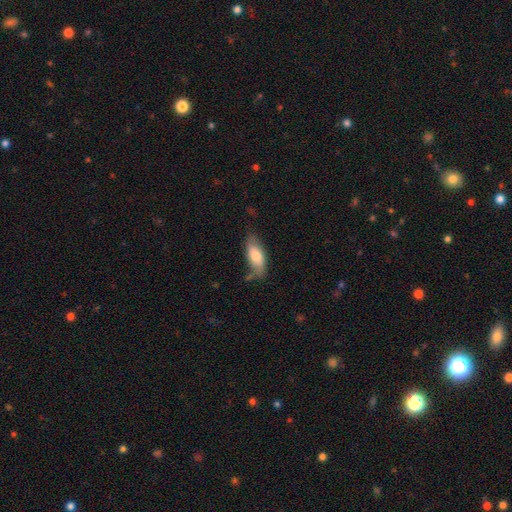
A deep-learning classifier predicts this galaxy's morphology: smooth_or_featured: smooth (p=0.72) [alt: featured or disk p=0.22]
how_rounded: in between (p=0.81) [alt: cigar-shaped p=0.17]
merging: none (p=0.60) [alt: minor disturbance p=0.27]